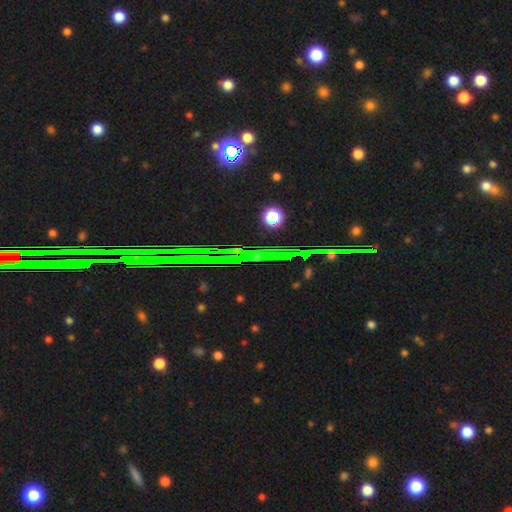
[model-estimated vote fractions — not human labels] A star or artifact, not a galaxy (82%).

Vote fractions:
- Smooth or featured? star or artifact: 82% / smooth: 9% / featured or disk: 9%